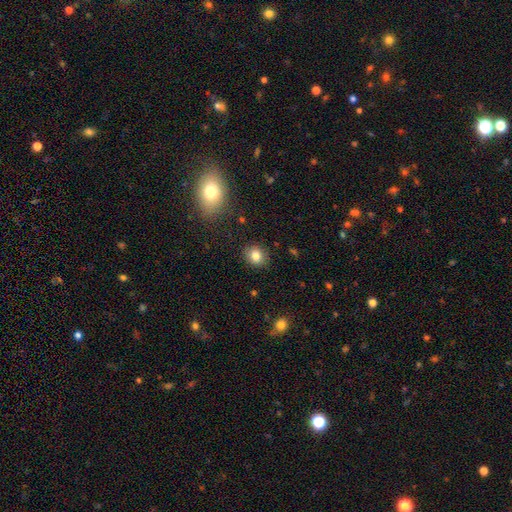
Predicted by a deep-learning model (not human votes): Smooth or featured? Predicted: smooth (p=0.82). How rounded? Predicted: round (p=0.70). Merging? Predicted: none (p=0.88).